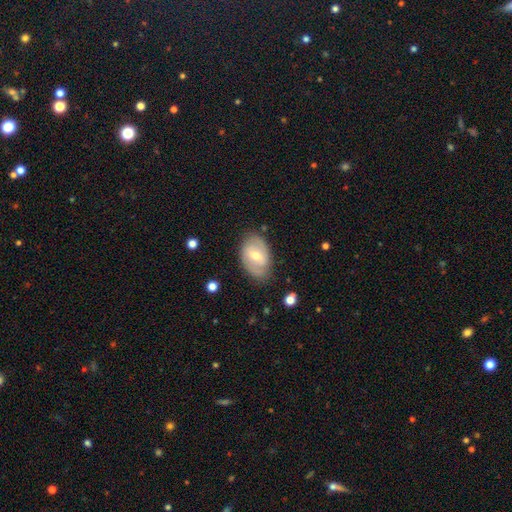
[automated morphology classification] Smooth or featured? Predicted: featured or disk (p=0.57). Edge-on disk? Predicted: no (p=0.94). Bar? Predicted: weak (p=0.51). Spiral arms? Predicted: yes (p=0.67). Bulge size? Predicted: moderate (p=0.55). Merging? Predicted: none (p=0.75).